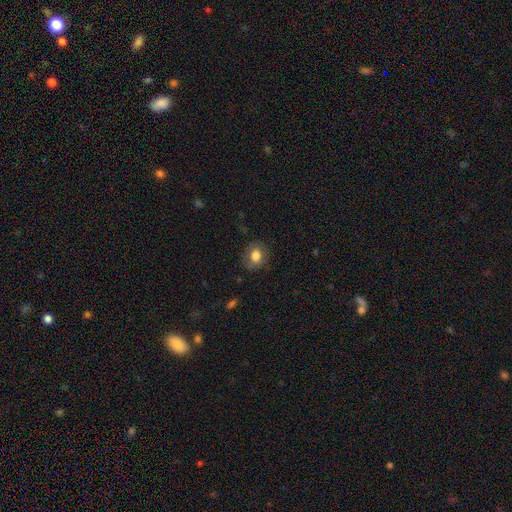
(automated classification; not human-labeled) Overall: smooth (79%). How rounded: round (51%; in between 48%). Merging: none (77%).